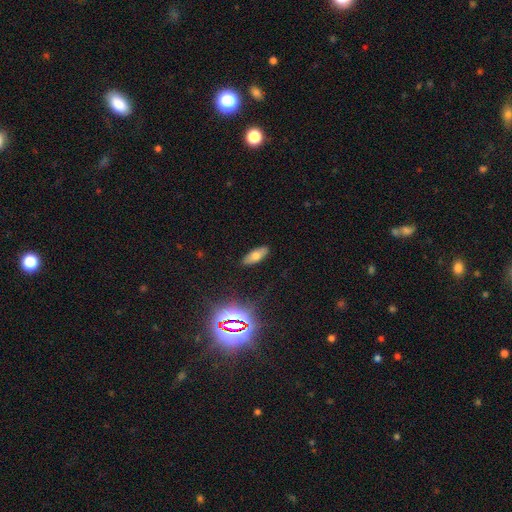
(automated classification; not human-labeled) This appears to be a smooth galaxy with no disk features (66%) that is in between round and cigar-shaped (77%). Merging: none (88%).